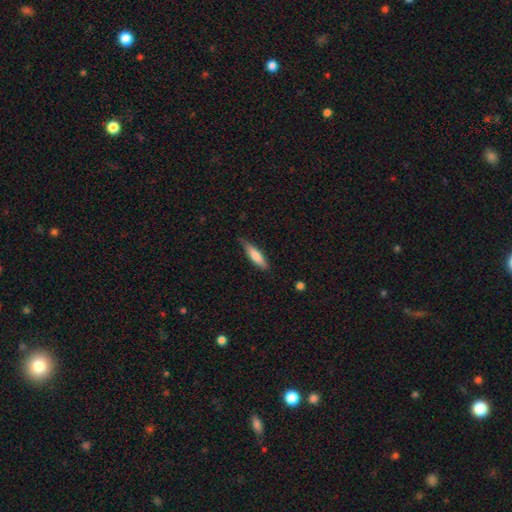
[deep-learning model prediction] Overall: smooth (76%). How rounded: cigar-shaped (67%; in between 32%). Merging: none (72%).